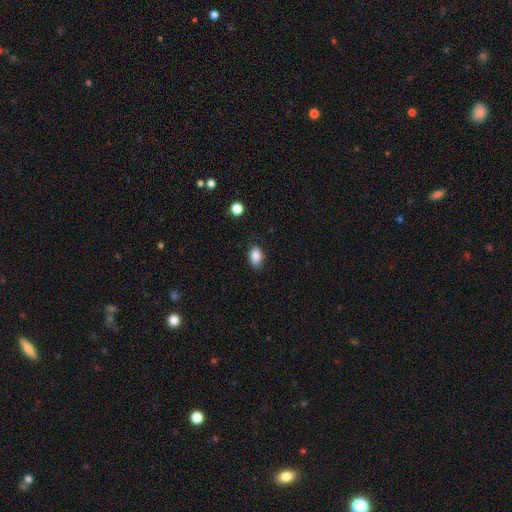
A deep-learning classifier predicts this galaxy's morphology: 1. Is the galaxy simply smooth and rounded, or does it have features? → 87% smooth, 9% star or artifact, 4% featured or disk.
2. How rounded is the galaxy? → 84% in between, 15% round, 1% cigar-shaped.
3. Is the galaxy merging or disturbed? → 77% none, 18% minor disturbance, 4% major disturbance, 1% merger.